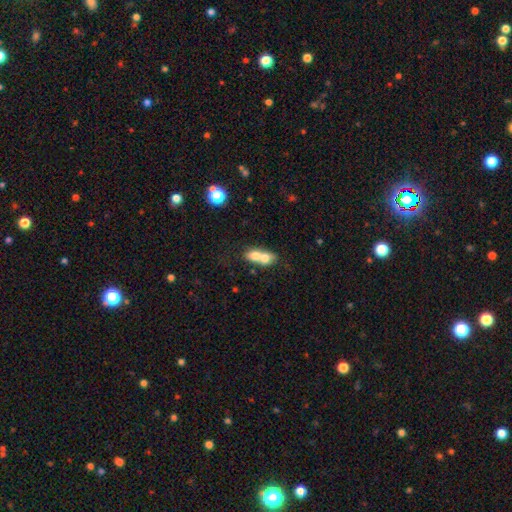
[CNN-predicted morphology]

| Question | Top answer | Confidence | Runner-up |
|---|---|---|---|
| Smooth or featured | smooth | 67% | featured or disk (25%) |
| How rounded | in between | 60% | round (36%) |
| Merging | merger | 76% | none (16%) |